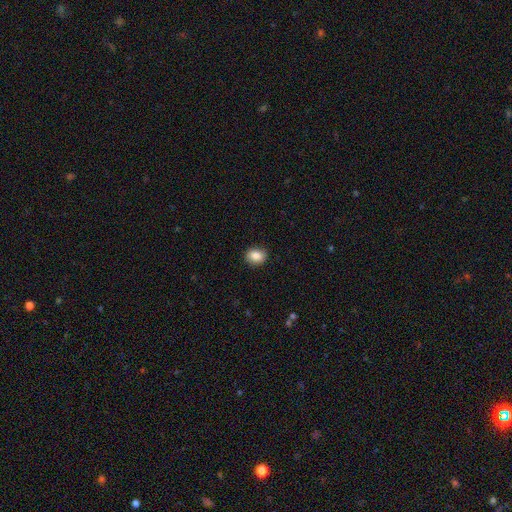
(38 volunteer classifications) Overall: smooth (95%). How rounded: in between (61%; round 39%). Merging: none (86%).